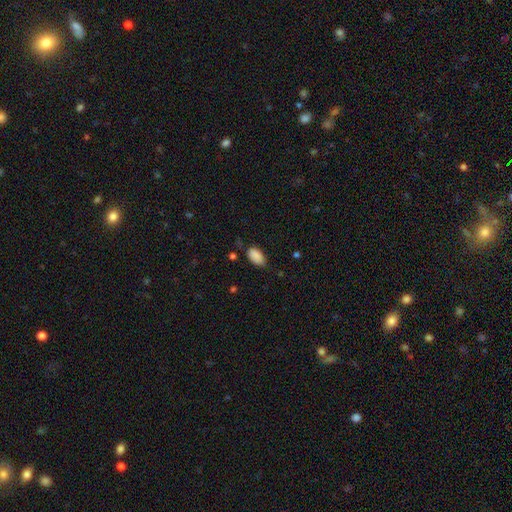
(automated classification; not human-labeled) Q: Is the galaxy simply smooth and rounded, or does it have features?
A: smooth — 89%.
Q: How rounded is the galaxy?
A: in between — 94%.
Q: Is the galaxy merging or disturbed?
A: none — 73%.